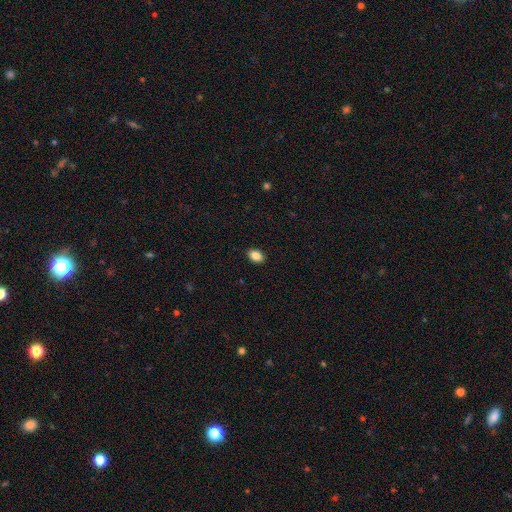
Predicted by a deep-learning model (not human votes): smooth_or_featured: smooth (p=0.87) [alt: star or artifact p=0.09]
how_rounded: in between (p=0.84) [alt: round p=0.15]
merging: none (p=0.90) [alt: minor disturbance p=0.07]